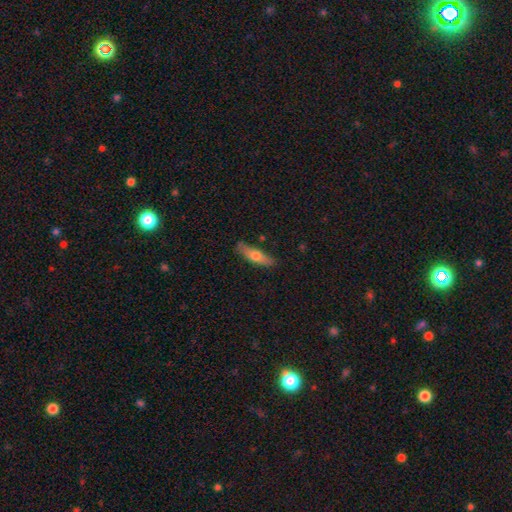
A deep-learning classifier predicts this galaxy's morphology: Overall: smooth (61%; featured or disk 33%). How rounded: cigar-shaped (57%; in between 40%). Merging: none (80%).